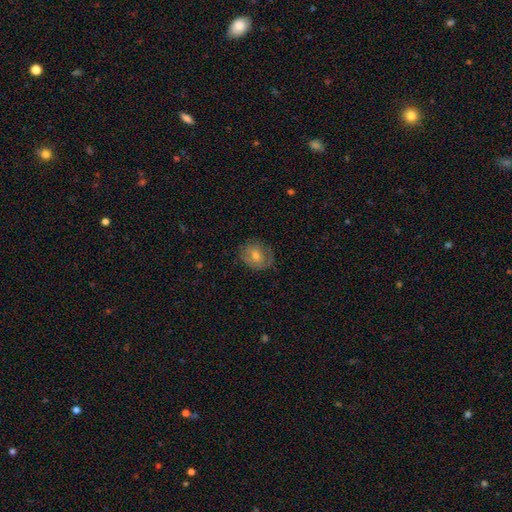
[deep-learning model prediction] This appears to be a featured or disk galaxy (49%). Merging: none (74%).